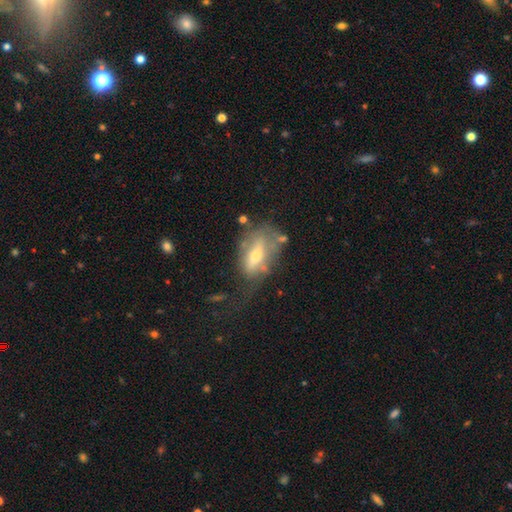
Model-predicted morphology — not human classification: type=featured or disk (49%); merging=none (37%).